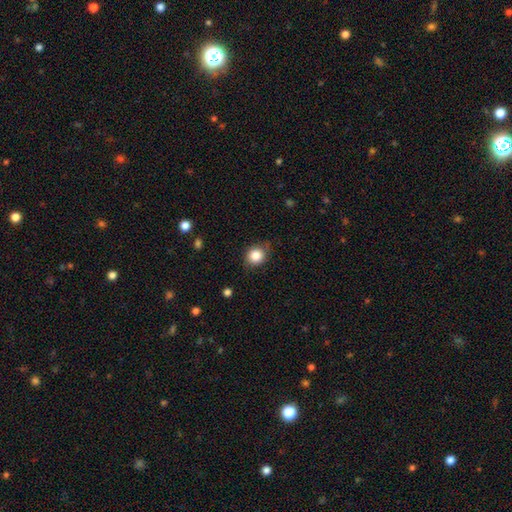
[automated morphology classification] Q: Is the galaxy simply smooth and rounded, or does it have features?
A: smooth — 84%.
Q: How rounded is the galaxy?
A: round — 76%.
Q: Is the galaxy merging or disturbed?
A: none — 78%.